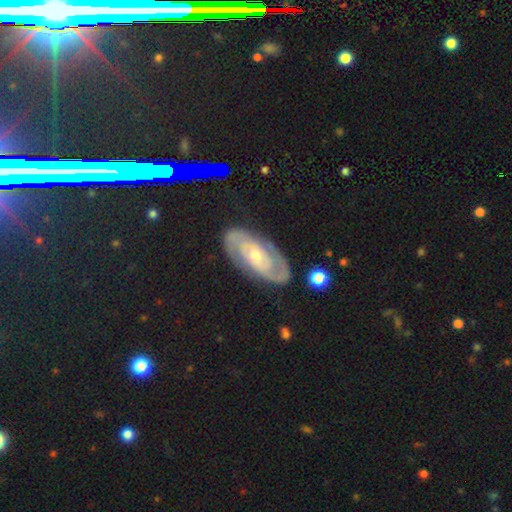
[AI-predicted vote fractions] Overall: featured or disk (83%). Edge-on disk: no (94%). Bar: no (58%; weak 31%). Spiral arms: yes (92%). Spiral arm count: 2 (76%). Spiral winding: tight (63%; medium 30%). Bulge size: small (58%; moderate 37%). Merging: none (83%).